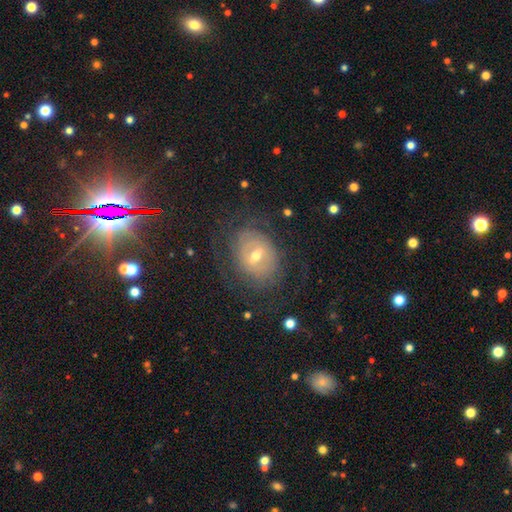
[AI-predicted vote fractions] Smooth or featured?
  - featured or disk: 67% *
  - smooth: 21%
  - star or artifact: 12%
Edge-on disk?
  - no: 94% *
  - yes: 6%
Bar?
  - weak: 50% *
  - no: 29%
  - strong: 20%
Spiral arms?
  - yes: 67% *
  - no: 33%
Bulge size?
  - moderate: 53% *
  - small: 42%
  - large: 3%
  - none: 1%
  - dominant: 1%
Merging?
  - none: 68% *
  - minor disturbance: 18%
  - major disturbance: 13%
  - merger: 1%